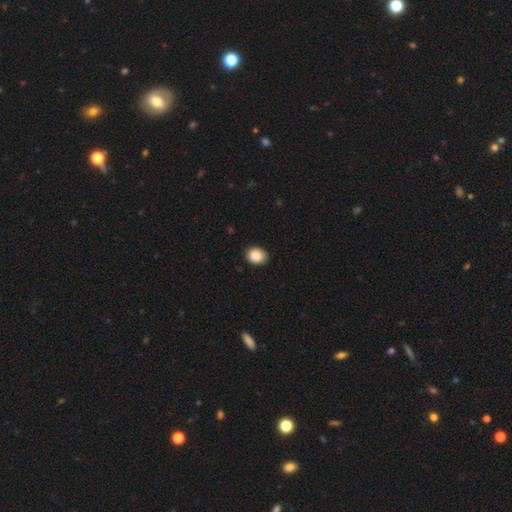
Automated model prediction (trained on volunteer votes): A smooth galaxy with no disk features (88%) that is in between round and cigar-shaped (54%).

Vote fractions:
- Smooth or featured? smooth: 88% / star or artifact: 8% / featured or disk: 3%
- How rounded? in between: 54% / round: 45% / cigar-shaped: 1%
- Merging? none: 86% / minor disturbance: 11% / major disturbance: 2% / merger: 1%